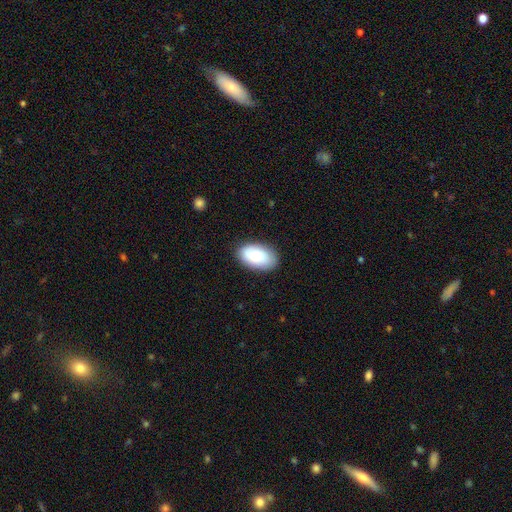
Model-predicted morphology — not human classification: A smooth galaxy with no disk features (78%) that is in between round and cigar-shaped (93%).

Vote fractions:
- Smooth or featured? smooth: 78% / featured or disk: 15% / star or artifact: 6%
- How rounded? in between: 93% / round: 6% / cigar-shaped: 1%
- Merging? none: 85% / minor disturbance: 11% / major disturbance: 2% / merger: 1%